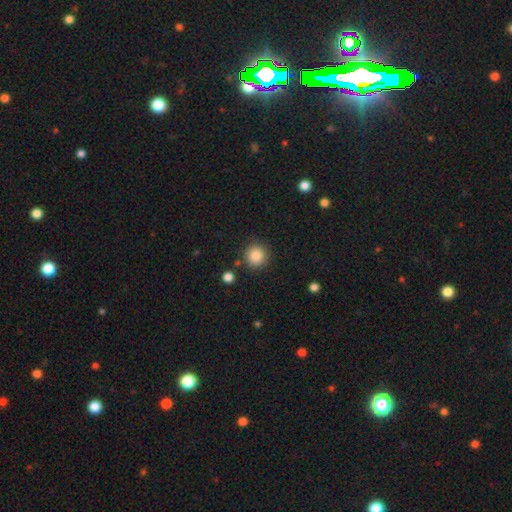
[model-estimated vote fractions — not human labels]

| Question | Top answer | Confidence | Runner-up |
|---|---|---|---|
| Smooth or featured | smooth | 86% | star or artifact (9%) |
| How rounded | round | 93% | in between (6%) |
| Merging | none | 87% | minor disturbance (7%) |